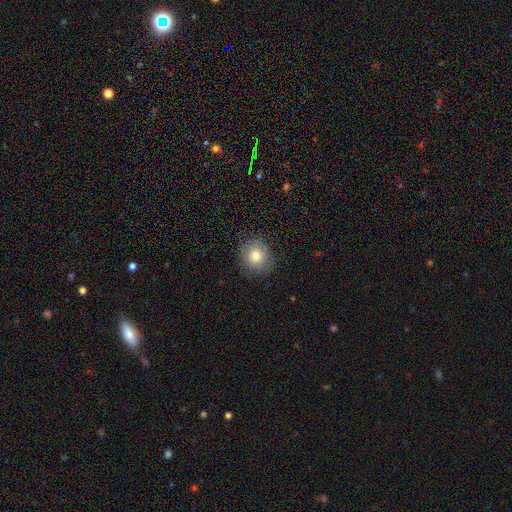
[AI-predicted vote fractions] Smooth or featured? smooth (77%)
How rounded? round (86%)
Merging? none (84%)